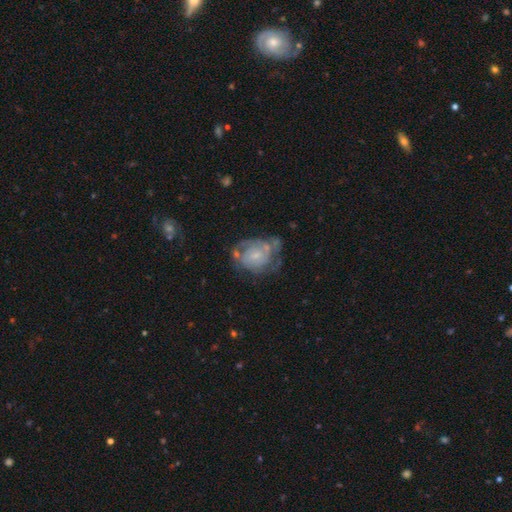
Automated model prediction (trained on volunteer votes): Overall: featured or disk (73%). Edge-on disk: no (98%). Bar: no (71%). Spiral arms: yes (82%). Spiral arm count: can't tell (39%; 2 34%). Spiral winding: tight (56%; medium 32%). Bulge size: small (72%). Merging: none (44%; minor disturbance 24%).